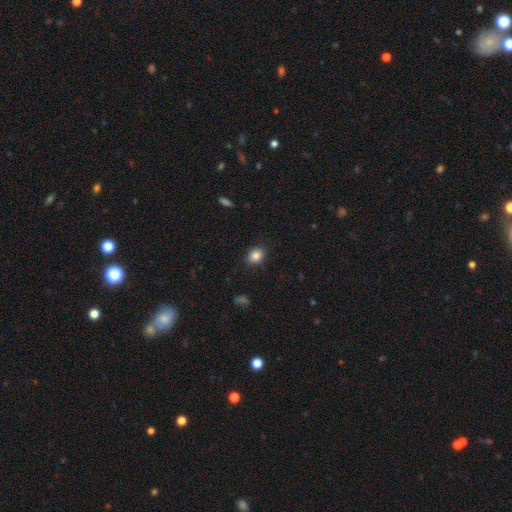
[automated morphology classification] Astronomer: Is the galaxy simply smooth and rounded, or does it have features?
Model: smooth — 84%.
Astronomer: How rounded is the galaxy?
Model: in between — 58% (runner-up: round, 41%).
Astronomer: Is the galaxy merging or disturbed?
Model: none — 88%.